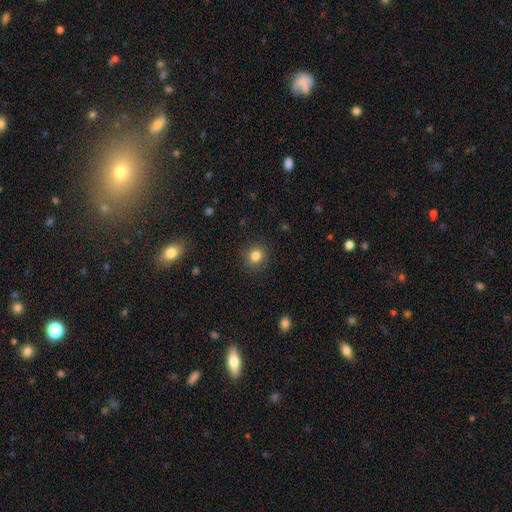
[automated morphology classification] Overall: smooth (83%). How rounded: round (80%). Merging: none (89%).